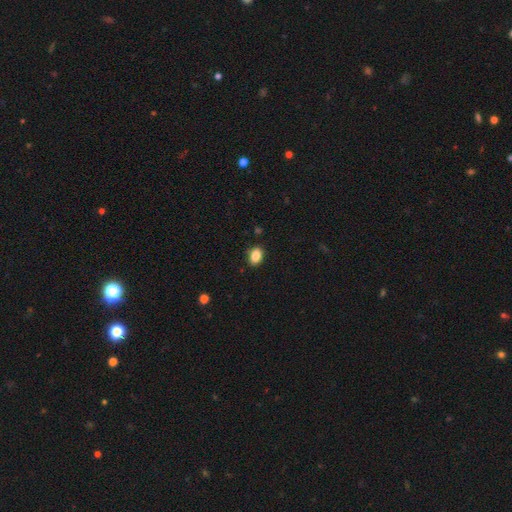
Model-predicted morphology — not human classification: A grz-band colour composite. It shows a smooth galaxy with no disk features (87%) that is in between round and cigar-shaped (81%). Merging: none (87%).